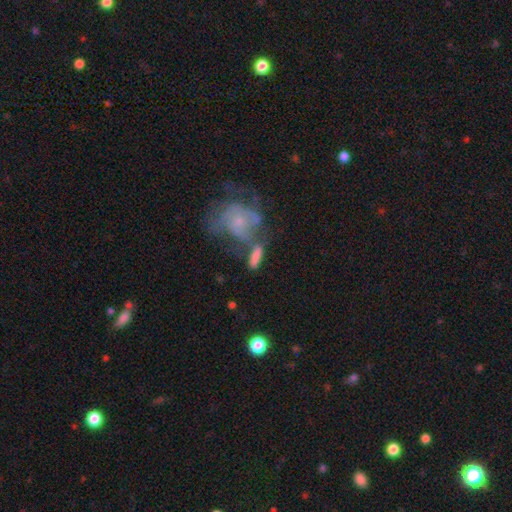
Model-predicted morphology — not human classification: smooth 54%, featured or disk 35%, star or artifact 11%. Down the decision tree: how rounded — in between (63%); merging — none (39%).